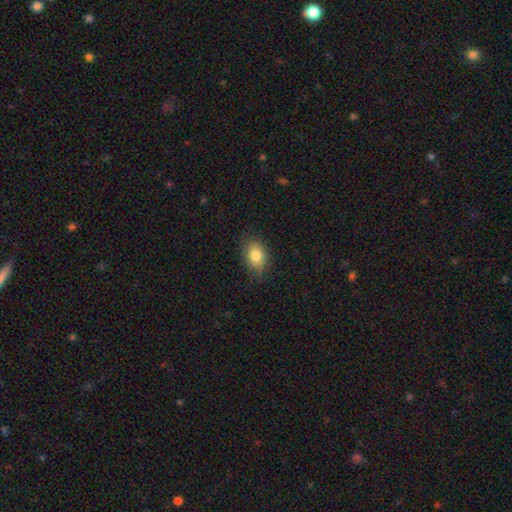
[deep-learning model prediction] smooth-or-featured: smooth: 81% | featured or disk: 10% | star or artifact: 9%
  how-rounded: in between: 80% | round: 19% | cigar-shaped: 2%
  merging: none: 82% | minor disturbance: 14% | major disturbance: 3% | merger: 1%